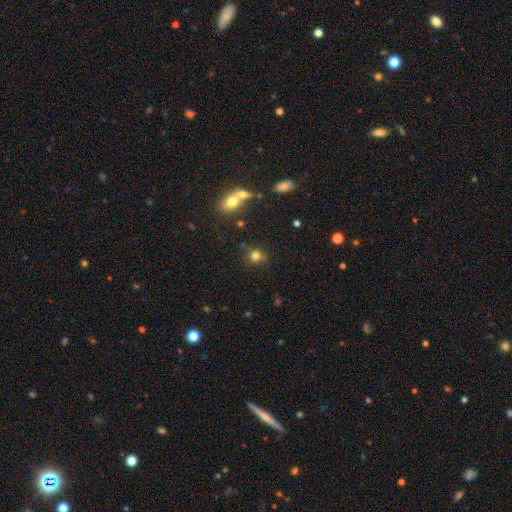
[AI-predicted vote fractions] Smooth or featured? Predicted: smooth (p=0.78). How rounded? Predicted: round (p=0.87). Merging? Predicted: none (p=0.75).